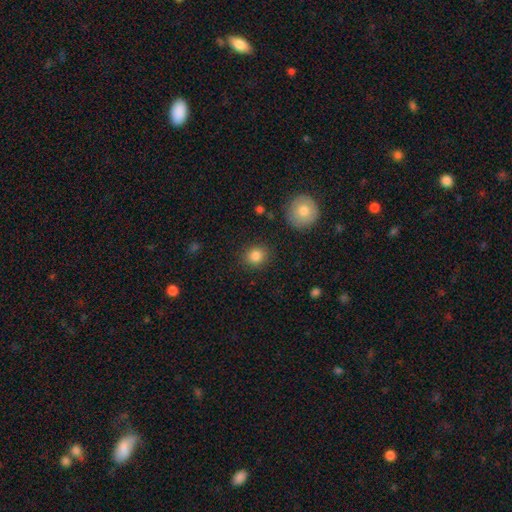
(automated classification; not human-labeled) A smooth galaxy with no disk features (85%) that is round (79%).

Vote fractions:
- Smooth or featured? smooth: 85% / star or artifact: 10% / featured or disk: 5%
- How rounded? round: 79% / in between: 20% / cigar-shaped: 1%
- Merging? none: 88% / minor disturbance: 8% / major disturbance: 3% / merger: 2%